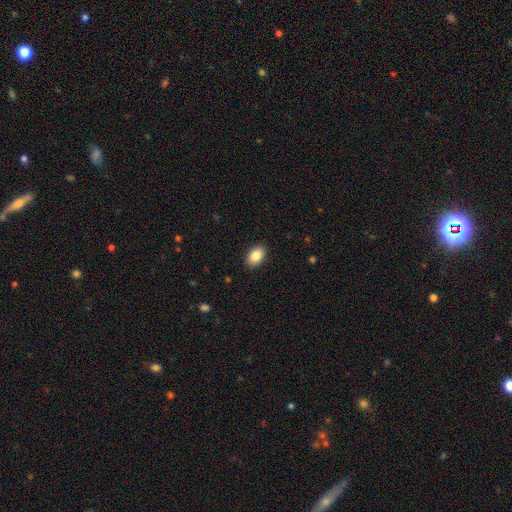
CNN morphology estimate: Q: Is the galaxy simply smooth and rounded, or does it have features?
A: smooth — 86%.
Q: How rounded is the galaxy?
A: in between — 89%.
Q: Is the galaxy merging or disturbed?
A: none — 90%.